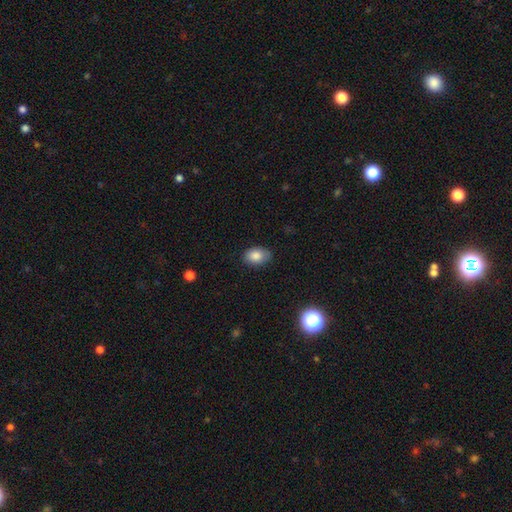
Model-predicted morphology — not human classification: A smooth galaxy with no disk features (85%) that is in between round and cigar-shaped (79%).

Vote fractions:
- Smooth or featured? smooth: 85% / star or artifact: 8% / featured or disk: 7%
- How rounded? in between: 79% / round: 20% / cigar-shaped: 1%
- Merging? none: 81% / minor disturbance: 15% / major disturbance: 3% / merger: 1%